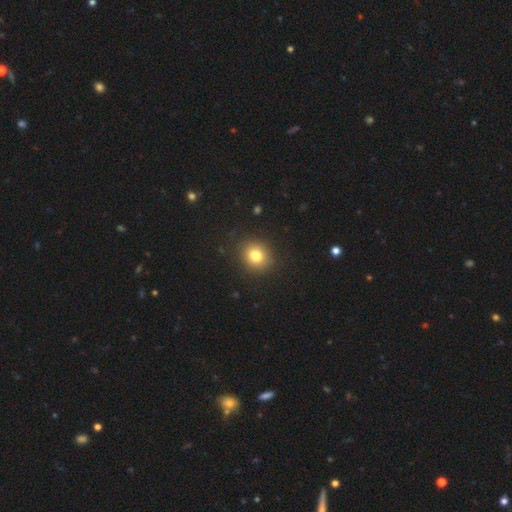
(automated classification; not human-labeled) This appears to be a smooth galaxy with no disk features (80%) that is round (75%). Merging: none (88%).